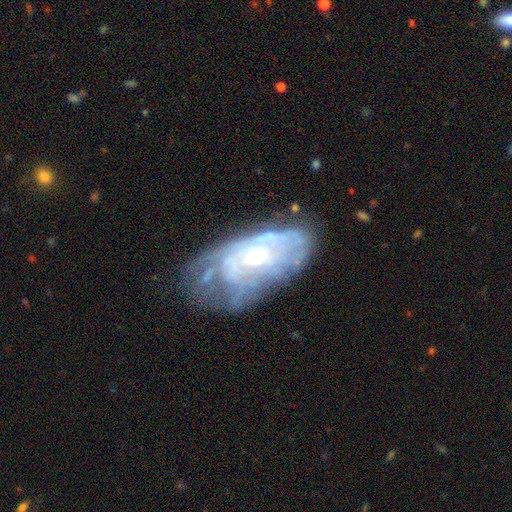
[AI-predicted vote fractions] Q: Smooth or featured?
A: featured or disk (69%); runner-up: smooth (22%)
Q: Edge-on disk?
A: no (93%); runner-up: yes (7%)
Q: Bar?
A: no (77%); runner-up: weak (19%)
Q: Spiral arms?
A: yes (57%); runner-up: no (43%)
Q: Bulge size?
A: small (63%); runner-up: moderate (30%)
Q: Merging?
A: none (45%); runner-up: minor disturbance (29%)